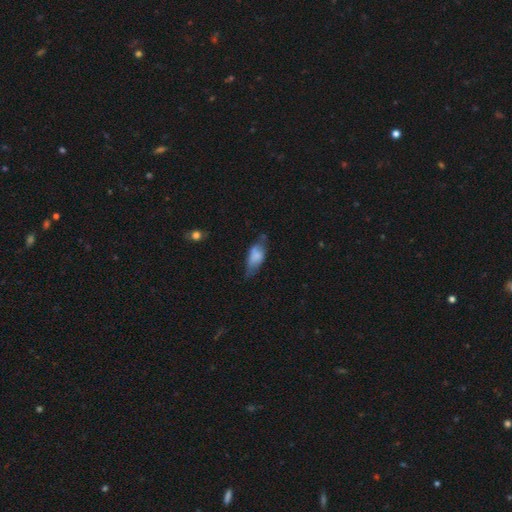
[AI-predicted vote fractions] Smooth or featured? Predicted: smooth (p=0.68). How rounded? Predicted: in between (p=0.79). Merging? Predicted: none (p=0.42).